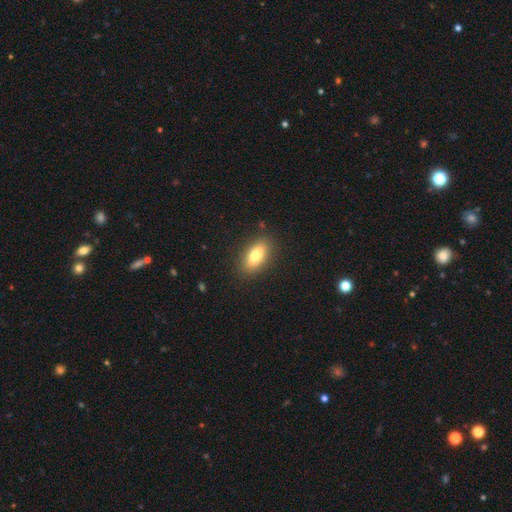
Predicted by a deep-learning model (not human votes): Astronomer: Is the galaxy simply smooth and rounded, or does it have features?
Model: smooth — 79%.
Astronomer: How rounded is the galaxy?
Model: in between — 81%.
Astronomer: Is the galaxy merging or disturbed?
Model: none — 86%.